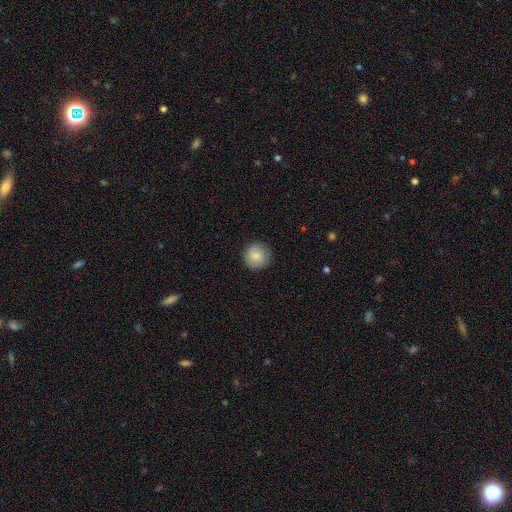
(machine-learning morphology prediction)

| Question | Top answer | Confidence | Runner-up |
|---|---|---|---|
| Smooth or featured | smooth | 86% | star or artifact (7%) |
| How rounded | round | 95% | in between (4%) |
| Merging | none | 88% | minor disturbance (9%) |